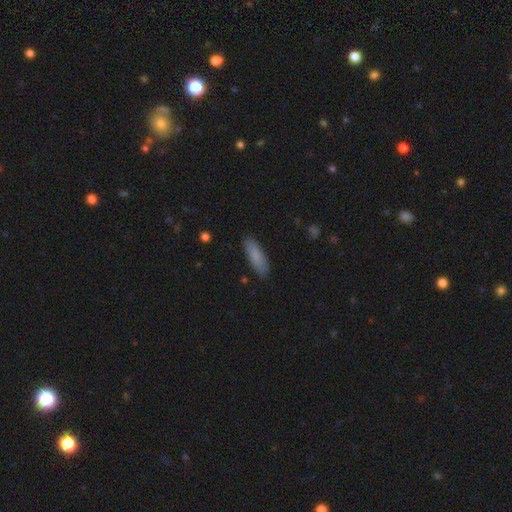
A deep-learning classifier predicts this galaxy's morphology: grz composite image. It shows a smooth galaxy with no disk features (83%) that is in between round and cigar-shaped (54%). Merging: none (85%).